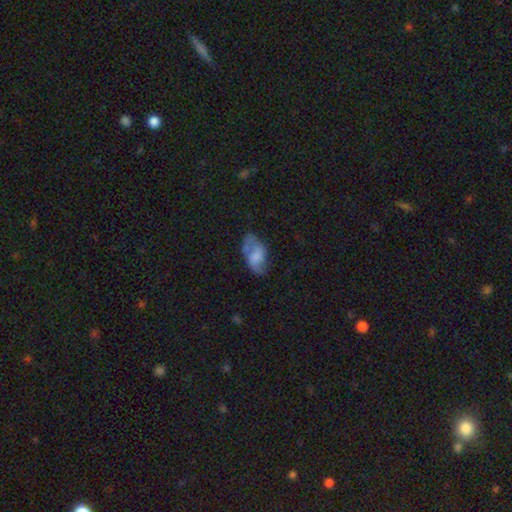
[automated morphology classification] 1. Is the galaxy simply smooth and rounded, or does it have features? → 51% smooth, 40% featured or disk, 9% star or artifact.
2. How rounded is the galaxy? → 92% in between, 5% round, 3% cigar-shaped.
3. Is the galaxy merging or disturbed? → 42% none, 29% minor disturbance, 22% major disturbance, 6% merger.